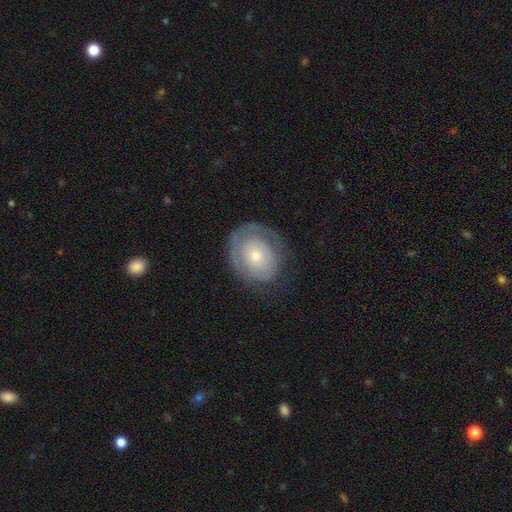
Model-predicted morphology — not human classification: Q: Smooth or featured?
A: featured or disk (52%); runner-up: smooth (42%)
Q: Edge-on disk?
A: no (96%); runner-up: yes (4%)
Q: Merging?
A: none (69%); runner-up: minor disturbance (19%)